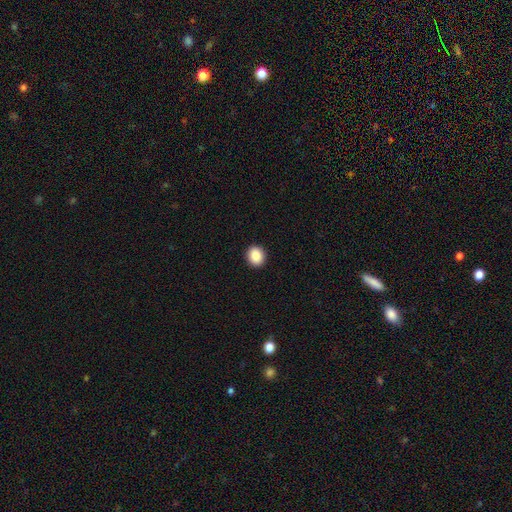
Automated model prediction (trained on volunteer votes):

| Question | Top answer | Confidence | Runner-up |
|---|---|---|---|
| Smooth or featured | smooth | 89% | star or artifact (8%) |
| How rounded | round | 67% | in between (32%) |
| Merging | none | 92% | minor disturbance (5%) |